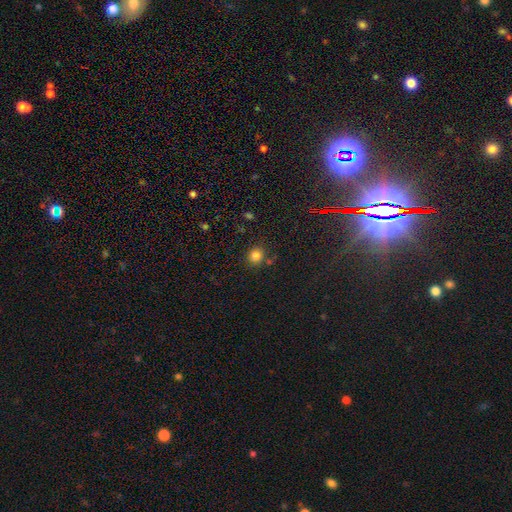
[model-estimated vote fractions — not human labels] Morphology: type=smooth (80%); roundness=round (85%); merging=none (77%).